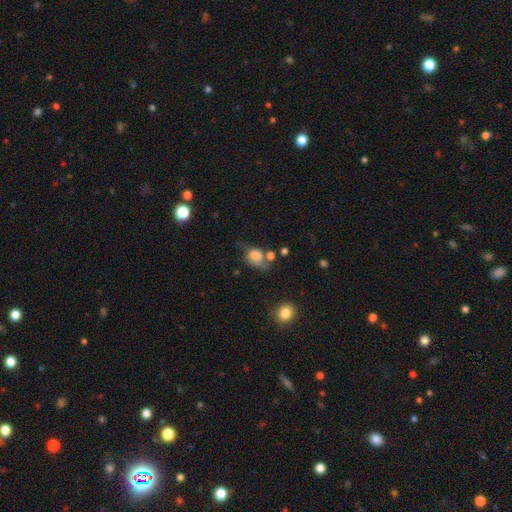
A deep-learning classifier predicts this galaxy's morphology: Q: Smooth or featured?
A: smooth (65%); runner-up: featured or disk (23%)
Q: How rounded?
A: in between (71%); runner-up: round (27%)
Q: Merging?
A: none (29%); runner-up: major disturbance (28%)